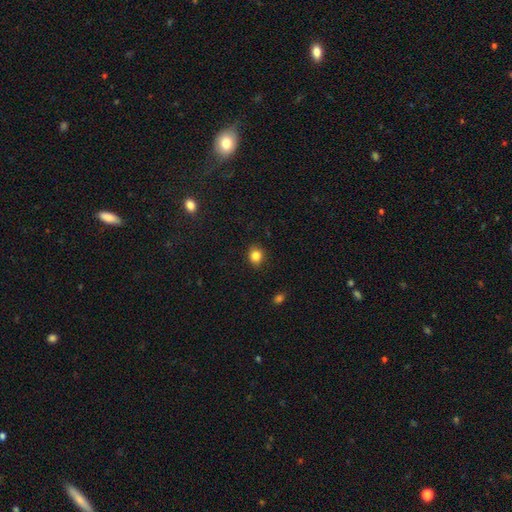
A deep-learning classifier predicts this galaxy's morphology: type=smooth (84%); roundness=round (72%); merging=none (89%).